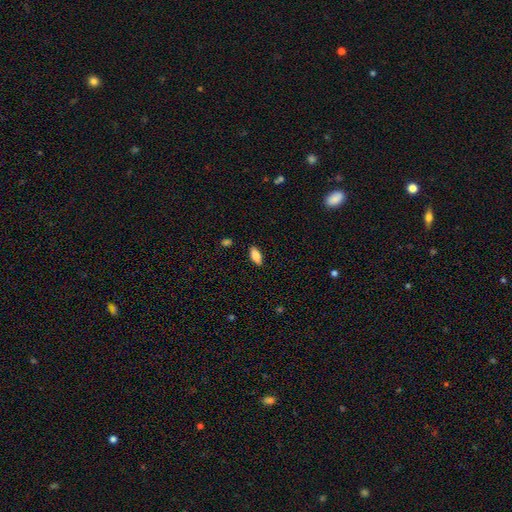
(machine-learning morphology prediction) smooth_or_featured: smooth (p=0.83) [alt: featured or disk p=0.10]
how_rounded: in between (p=0.86) [alt: cigar-shaped p=0.12]
merging: none (p=0.88) [alt: minor disturbance p=0.09]